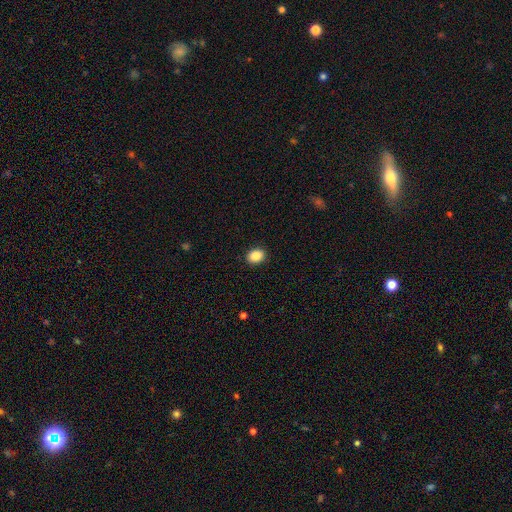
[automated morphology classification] Overall: smooth (88%). How rounded: in between (57%; round 42%). Merging: none (91%).